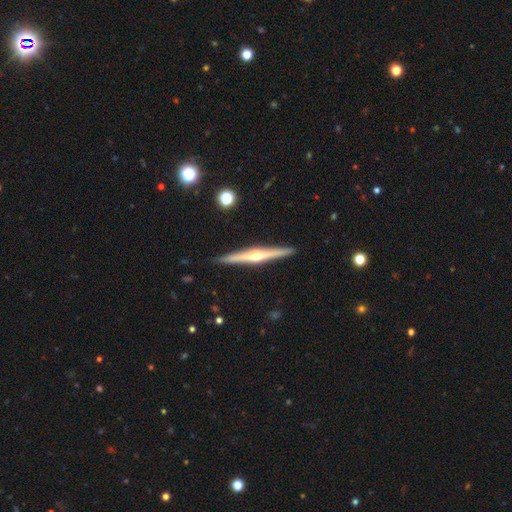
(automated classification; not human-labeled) Smooth or featured? featured or disk (80%)
Edge-on disk? yes (98%)
Edge-on bulge? rounded (89%)
Merging? none (92%)